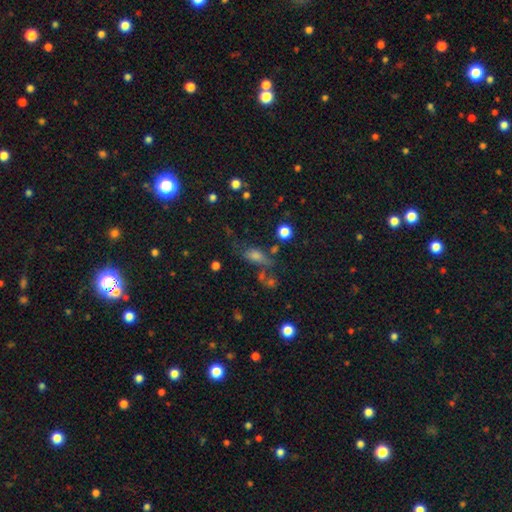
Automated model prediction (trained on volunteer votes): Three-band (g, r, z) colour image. It shows a smooth galaxy with no disk features (56%) that is in between round and cigar-shaped (64%). Merging: none (52%).